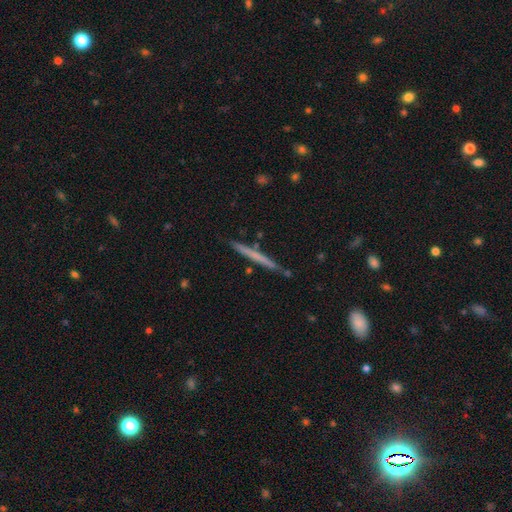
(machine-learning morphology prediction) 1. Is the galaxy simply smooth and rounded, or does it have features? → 49% smooth, 45% featured or disk, 6% star or artifact.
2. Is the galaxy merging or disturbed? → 88% none, 8% minor disturbance, 2% merger, 2% major disturbance.